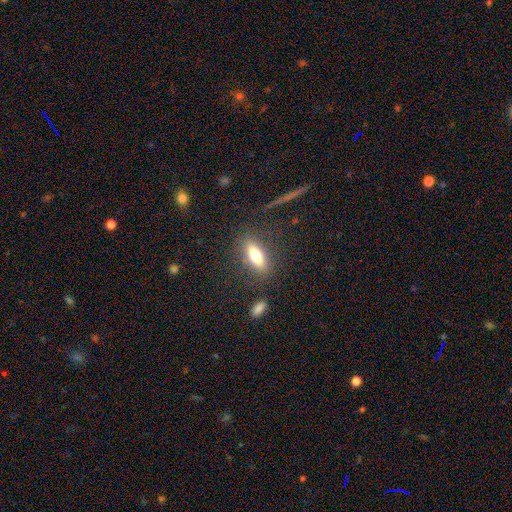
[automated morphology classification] Smooth or featured? Predicted: smooth (p=0.66). How rounded? Predicted: in between (p=0.65). Merging? Predicted: none (p=0.82).